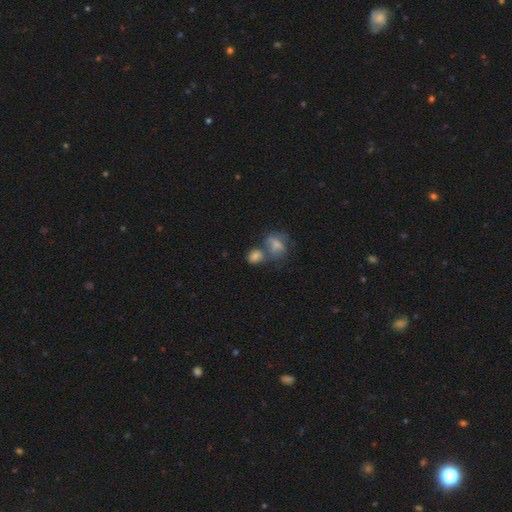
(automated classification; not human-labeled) This appears to be a smooth galaxy with no disk features (72%) that is in between round and cigar-shaped (59%). Merging: merger (43%).